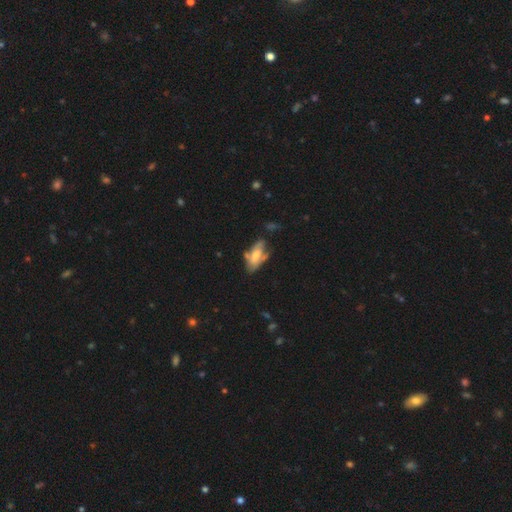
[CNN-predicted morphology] This is possibly a smooth galaxy (49%). Merging: marginally none (44%).